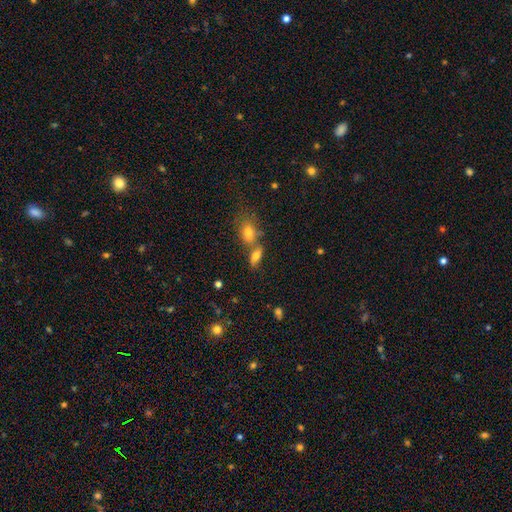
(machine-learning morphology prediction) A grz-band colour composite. It shows a smooth galaxy with no disk features (72%) that is in between round and cigar-shaped (79%). Merging: none (48%).